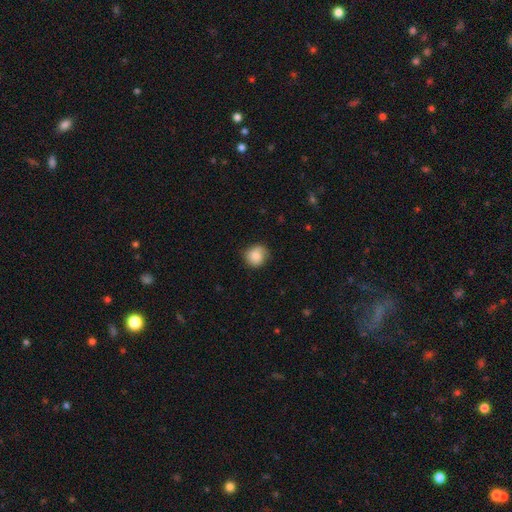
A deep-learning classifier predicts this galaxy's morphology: type=smooth (75%); roundness=round (84%); merging=none (69%).